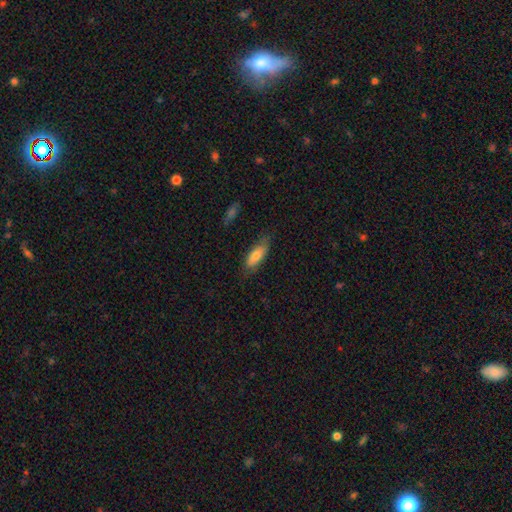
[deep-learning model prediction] This appears to be a smooth galaxy with no disk features (75%) that is in between round and cigar-shaped (62%). Merging: none (74%).